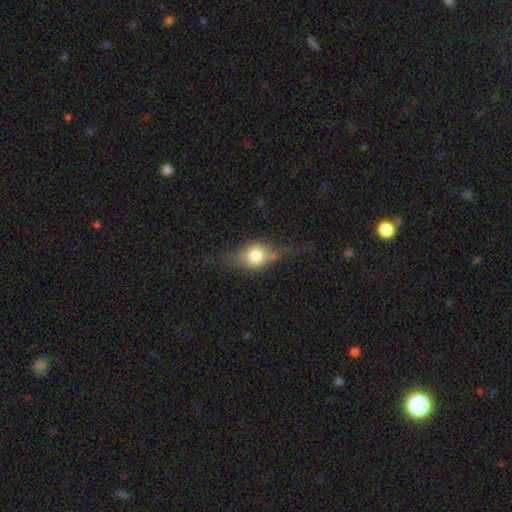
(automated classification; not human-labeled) A smooth galaxy with no disk features (51%) that is round (55%). Merging: none (57%).